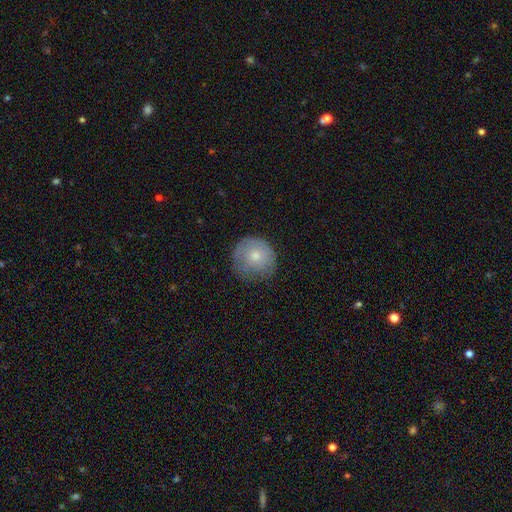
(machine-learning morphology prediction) smooth 70%, featured or disk 22%, star or artifact 8%. Down the decision tree: how rounded — round (91%); merging — none (71%).